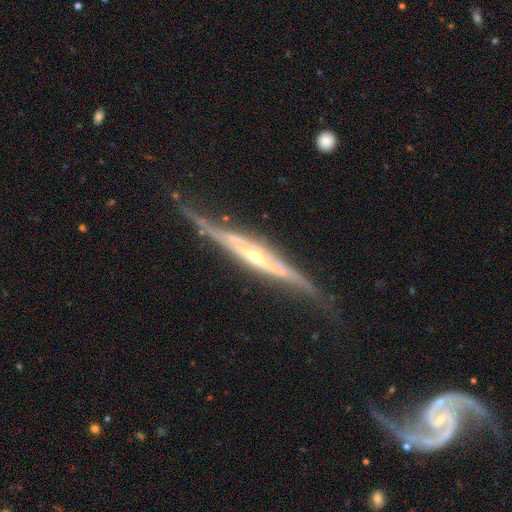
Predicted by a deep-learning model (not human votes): The model was most divided on "merging": none: 63%, minor disturbance: 26%, major disturbance: 9%, merger: 2%. More confident: edge-on disk — yes (87%); smooth or featured — featured or disk (84%); edge-on bulge — rounded (72%).